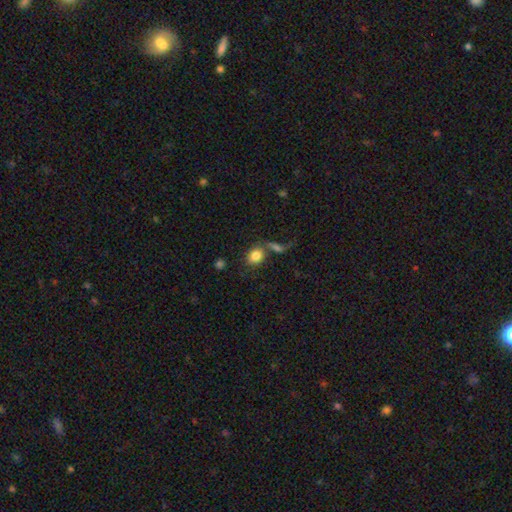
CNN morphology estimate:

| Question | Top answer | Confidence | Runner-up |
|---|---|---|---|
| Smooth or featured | smooth | 82% | star or artifact (9%) |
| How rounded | in between | 52% | round (46%) |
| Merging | none | 54% | merger (26%) |